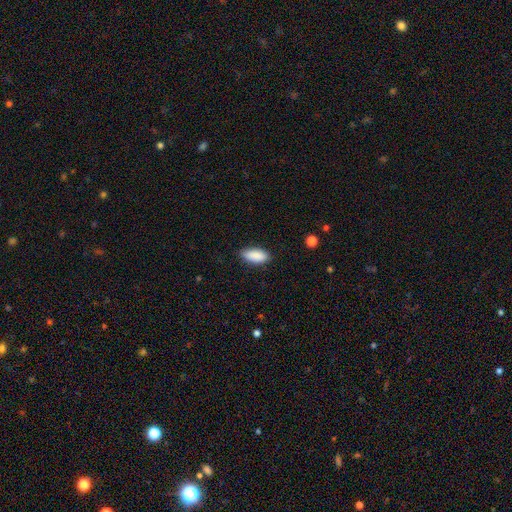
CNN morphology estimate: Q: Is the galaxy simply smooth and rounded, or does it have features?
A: smooth — 90%.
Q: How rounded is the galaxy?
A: in between — 87%.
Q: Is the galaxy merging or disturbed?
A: none — 86%.